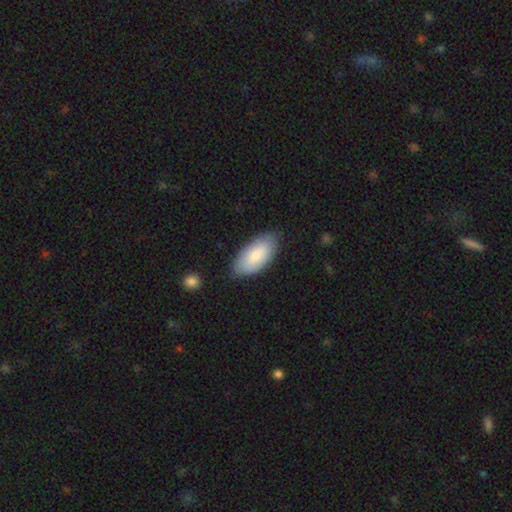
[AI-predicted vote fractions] Morphology: type=smooth (85%); roundness=in between (92%); merging=none (79%).